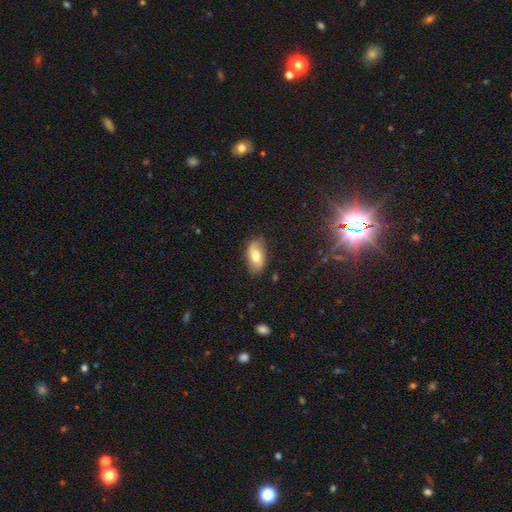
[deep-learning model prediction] smooth 58%, featured or disk 34%, star or artifact 7%. Down the decision tree: how rounded — in between (92%); merging — none (78%).